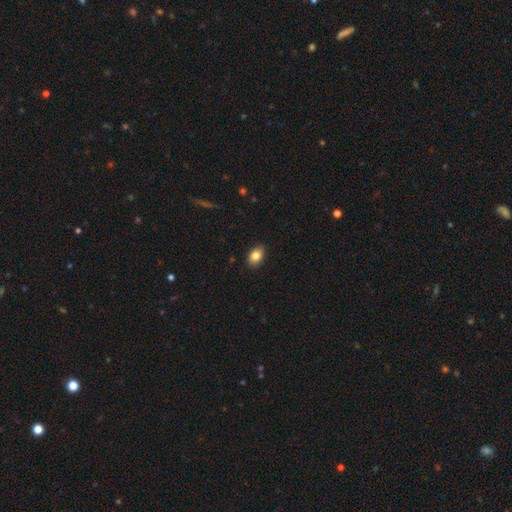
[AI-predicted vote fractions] Smooth or featured? smooth (84%)
How rounded? in between (83%)
Merging? none (88%)